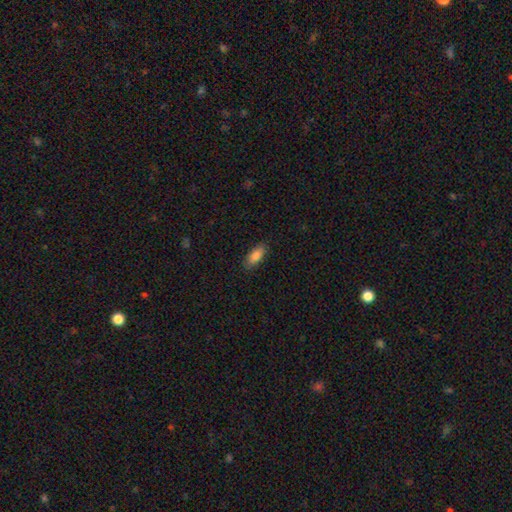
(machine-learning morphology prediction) The model was most divided on "how rounded": in between: 80%, cigar-shaped: 17%, round: 2%. More confident: merging — none (86%); smooth or featured — smooth (84%).